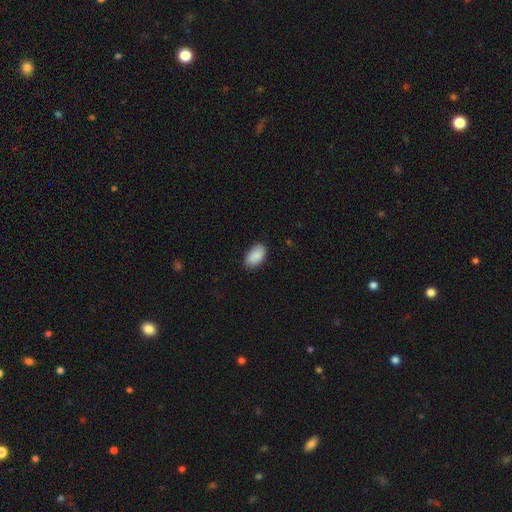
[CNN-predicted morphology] The model was most divided on "merging": none: 84%, minor disturbance: 13%, major disturbance: 2%, merger: 1%. More confident: how rounded — in between (94%); smooth or featured — smooth (90%).